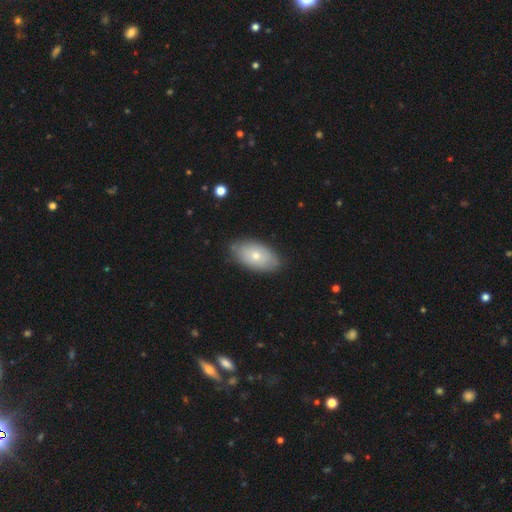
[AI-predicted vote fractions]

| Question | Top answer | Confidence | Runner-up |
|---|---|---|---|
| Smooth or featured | smooth | 69% | featured or disk (25%) |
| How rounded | in between | 94% | round (4%) |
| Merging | none | 82% | minor disturbance (14%) |